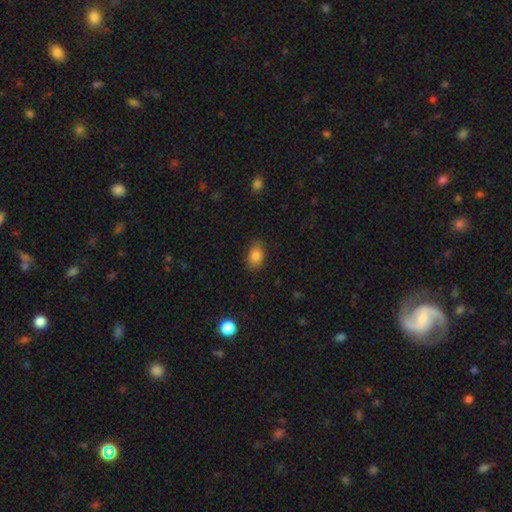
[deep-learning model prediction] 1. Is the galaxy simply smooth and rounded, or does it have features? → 85% smooth, 9% star or artifact, 6% featured or disk.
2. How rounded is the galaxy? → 81% in between, 17% round, 1% cigar-shaped.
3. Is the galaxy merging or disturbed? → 82% none, 14% minor disturbance, 3% major disturbance, 1% merger.